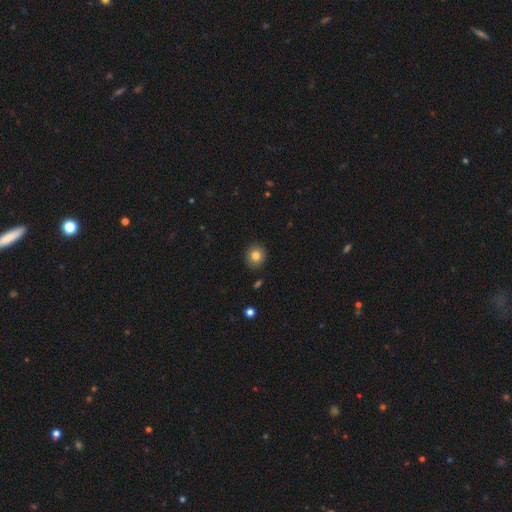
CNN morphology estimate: type=smooth (83%); roundness=round (82%); merging=none (89%).